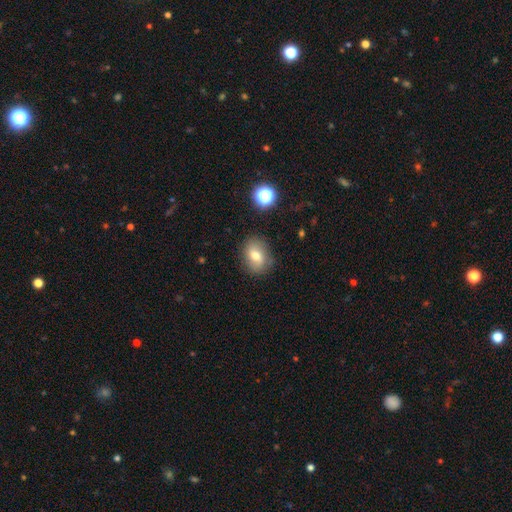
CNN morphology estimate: A smooth galaxy with no disk features (71%) that is in between round and cigar-shaped (57%). Merging: none (81%).